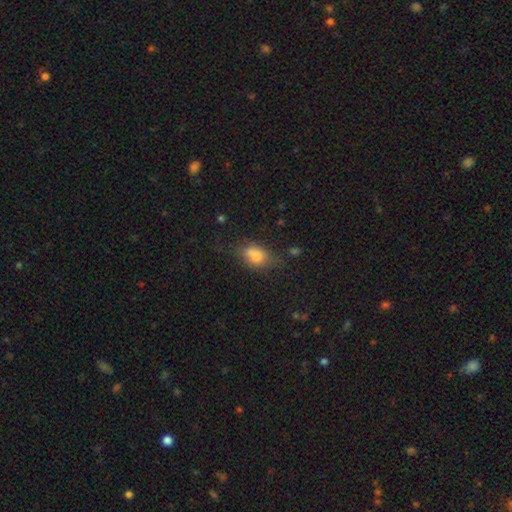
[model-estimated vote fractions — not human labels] Morphology: type=smooth (71%); roundness=in between (73%); merging=none (48%).